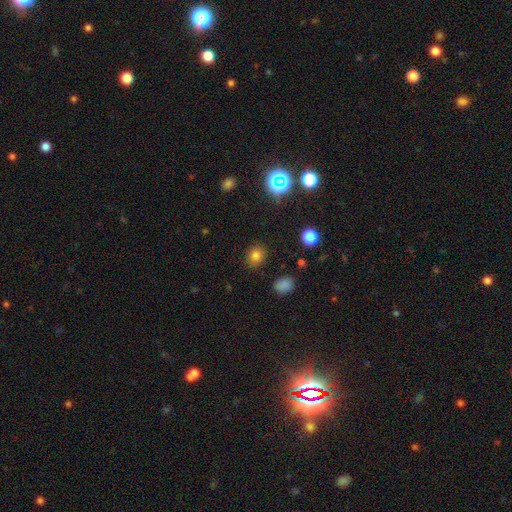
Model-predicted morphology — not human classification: This appears to be a smooth galaxy with no disk features (77%) that is round (60%). Merging: none (87%).